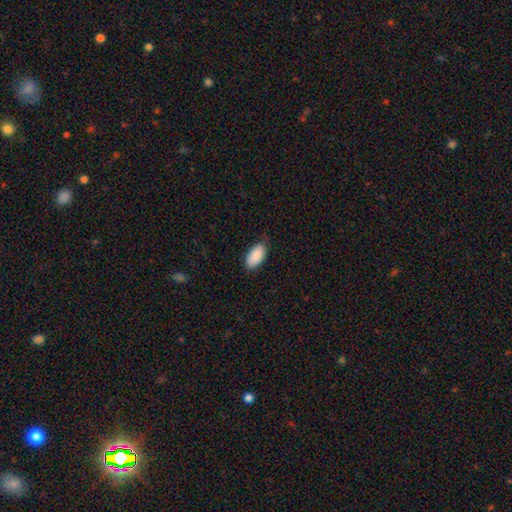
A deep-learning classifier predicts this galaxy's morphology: Smooth or featured: smooth — 90% (star or artifact — 6%)
How rounded: in between — 95% (cigar-shaped — 3%)
Merging: none — 77% (minor disturbance — 19%)